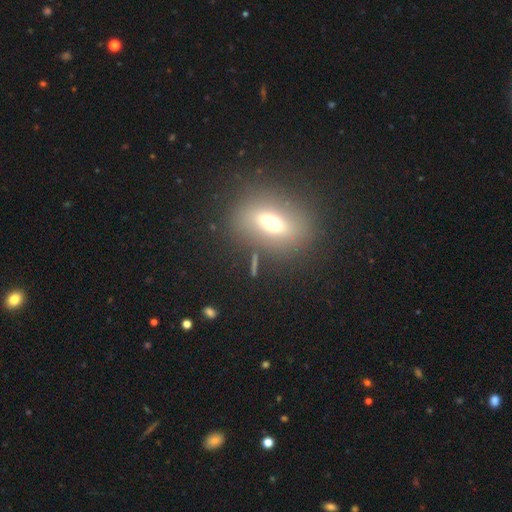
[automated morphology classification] smooth-or-featured: smooth: 51% | featured or disk: 29% | star or artifact: 20%
  how-rounded: in between: 67% | round: 22% | cigar-shaped: 11%
  merging: none: 82% | minor disturbance: 10% | major disturbance: 4% | merger: 3%